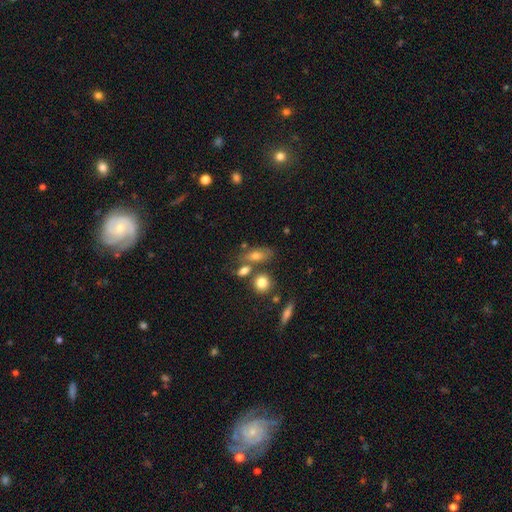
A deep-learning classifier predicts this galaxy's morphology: Q: Smooth or featured?
A: smooth (68%); runner-up: featured or disk (21%)
Q: How rounded?
A: in between (72%); runner-up: cigar-shaped (15%)
Q: Merging?
A: none (54%); runner-up: merger (23%)